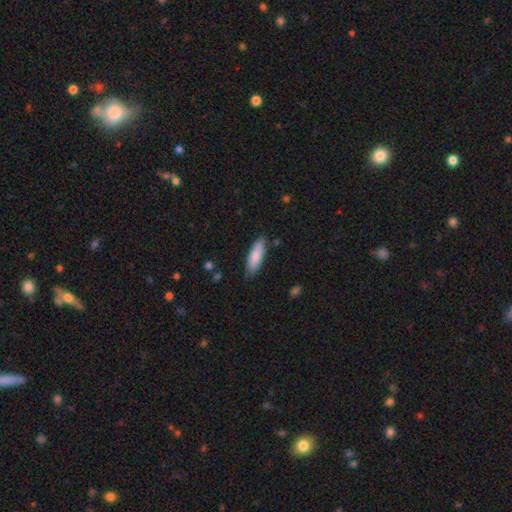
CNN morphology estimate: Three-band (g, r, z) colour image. It shows a smooth galaxy with no disk features (84%) that is cigar-shaped (50%). Merging: none (80%).